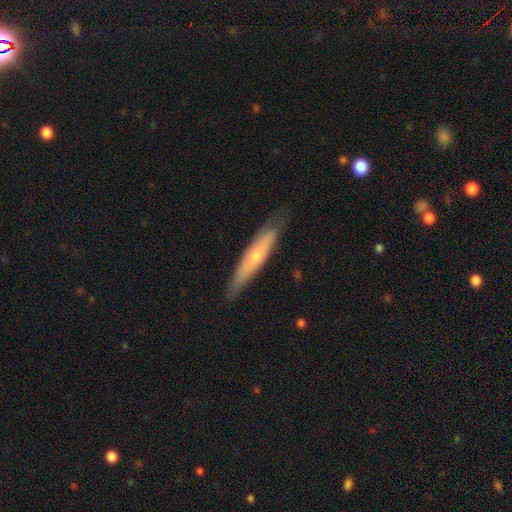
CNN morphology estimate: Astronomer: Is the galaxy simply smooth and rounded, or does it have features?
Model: smooth — 48% (runner-up: featured or disk, 46%).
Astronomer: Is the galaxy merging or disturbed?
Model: none — 79%.